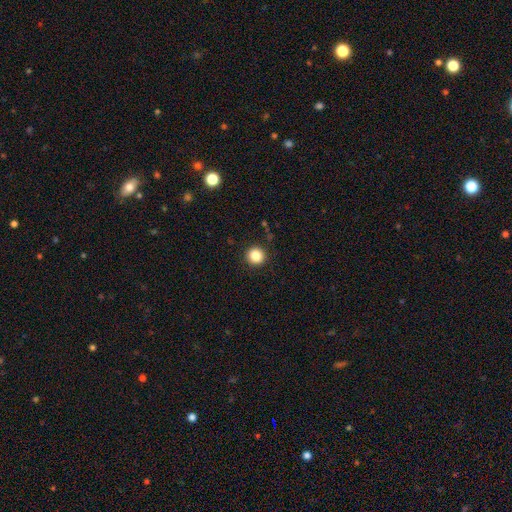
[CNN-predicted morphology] This is clearly a smooth galaxy (86%). How rounded: clearly round (94%). Merging: clearly none (91%).